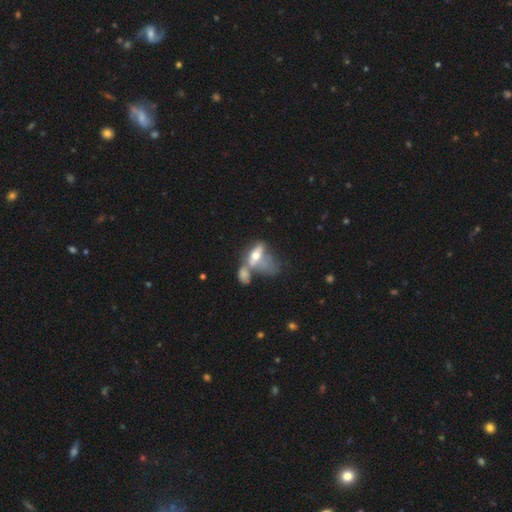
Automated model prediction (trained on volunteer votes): Smooth or featured? Predicted: smooth (p=0.50). How rounded? Predicted: in between (p=0.77). Merging? Predicted: merger (p=0.57).